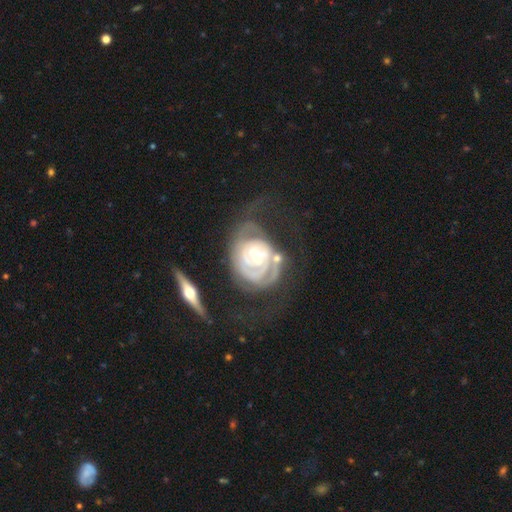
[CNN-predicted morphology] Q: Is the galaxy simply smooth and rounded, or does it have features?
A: featured or disk — 87%.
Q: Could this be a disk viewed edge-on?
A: no — 96%.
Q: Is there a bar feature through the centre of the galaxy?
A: no — 62%.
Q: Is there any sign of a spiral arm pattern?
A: yes — 92%.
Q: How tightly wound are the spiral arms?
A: tight — 73%.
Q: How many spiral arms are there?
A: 2 — 44%.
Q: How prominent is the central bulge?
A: small — 45%.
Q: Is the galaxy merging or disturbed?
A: none — 38%.